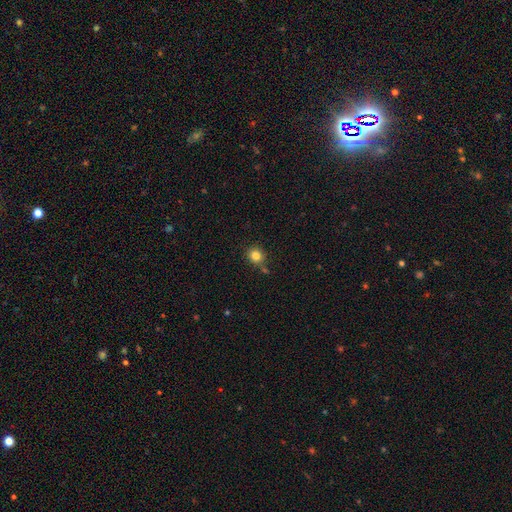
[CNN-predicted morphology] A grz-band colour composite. It shows a smooth galaxy with no disk features (83%) that is round (87%). Merging: none (78%).